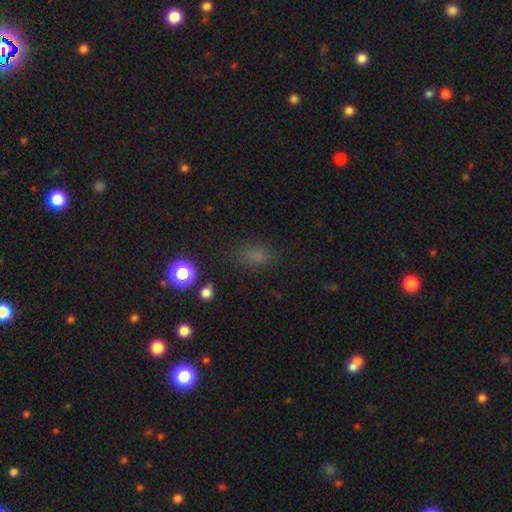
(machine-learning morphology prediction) Overall: smooth (71%). How rounded: in between (65%; round 32%). Merging: none (73%).